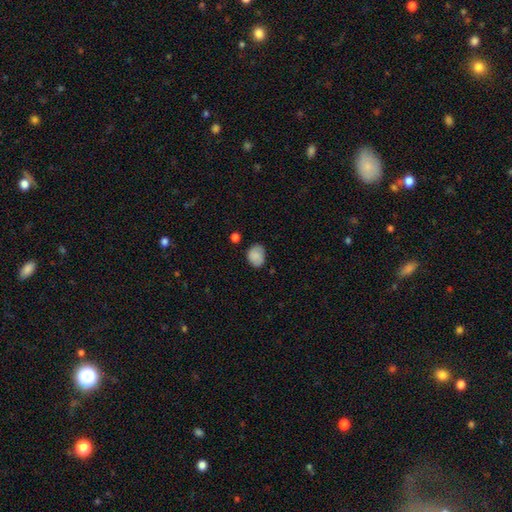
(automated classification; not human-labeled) Smooth or featured: smooth — 82% (featured or disk — 10%)
How rounded: in between — 50% (round — 49%)
Merging: none — 71% (minor disturbance — 22%)